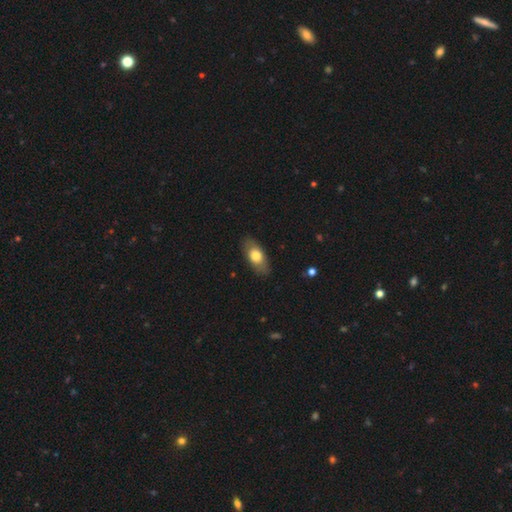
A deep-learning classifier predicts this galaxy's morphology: This appears to be a smooth galaxy with no disk features (70%) that is in between round and cigar-shaped (86%). Merging: none (83%).